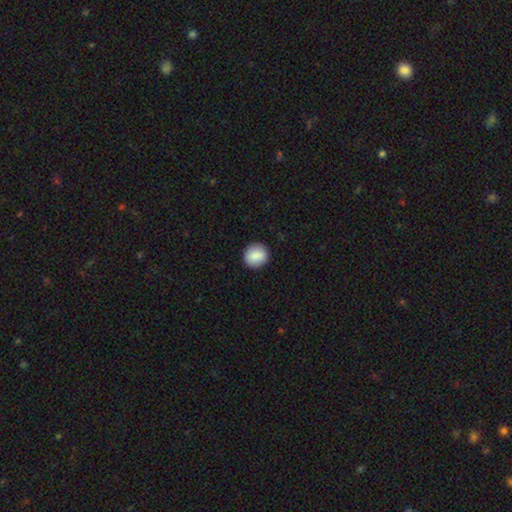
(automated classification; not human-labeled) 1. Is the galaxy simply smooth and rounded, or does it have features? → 88% smooth, 7% star or artifact, 5% featured or disk.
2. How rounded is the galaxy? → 84% round, 15% in between, 1% cigar-shaped.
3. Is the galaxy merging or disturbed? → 90% none, 7% minor disturbance, 2% major disturbance, 1% merger.